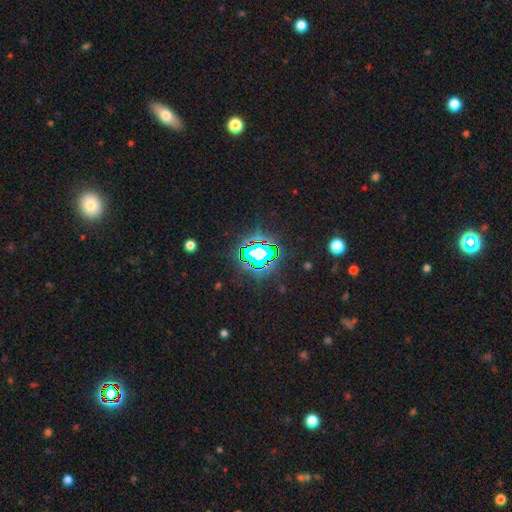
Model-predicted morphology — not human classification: smooth_or_featured: star or artifact (p=0.75) [alt: smooth p=0.14]